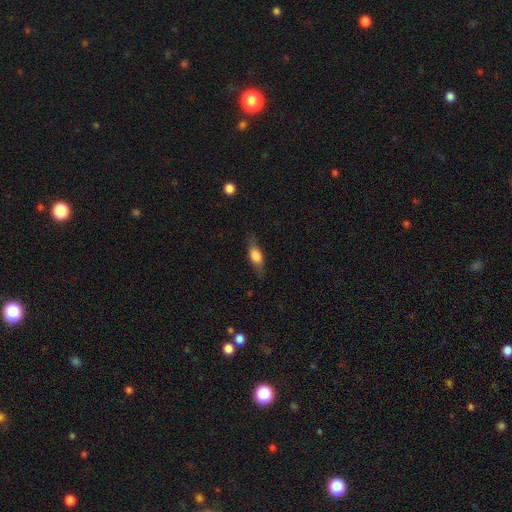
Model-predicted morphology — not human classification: Smooth or featured? smooth (65%)
How rounded? in between (64%)
Merging? none (77%)